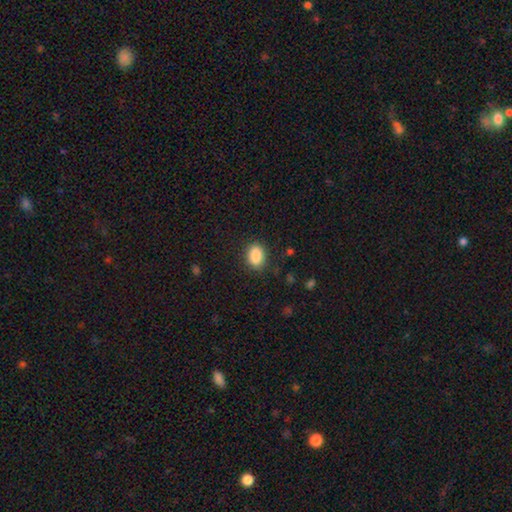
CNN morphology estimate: This is clearly a smooth galaxy (88%). How rounded: likely in between (78%). Merging: clearly none (85%).